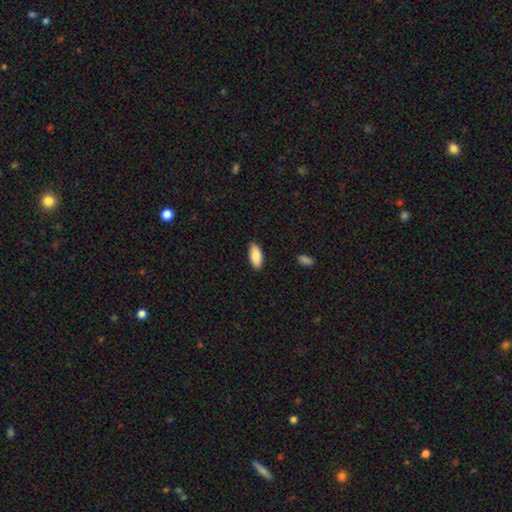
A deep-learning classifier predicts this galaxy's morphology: A smooth galaxy with no disk features (88%) that is in between round and cigar-shaped (86%).

Vote fractions:
- Smooth or featured? smooth: 88% / featured or disk: 6% / star or artifact: 6%
- How rounded? in between: 86% / cigar-shaped: 13% / round: 2%
- Merging? none: 87% / minor disturbance: 10% / major disturbance: 2% / merger: 1%